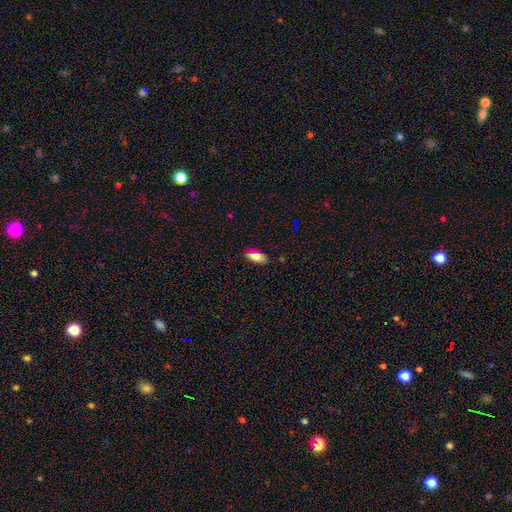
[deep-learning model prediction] smooth 74%, featured or disk 17%, star or artifact 9%. Down the decision tree: how rounded — in between (82%); merging — none (84%).